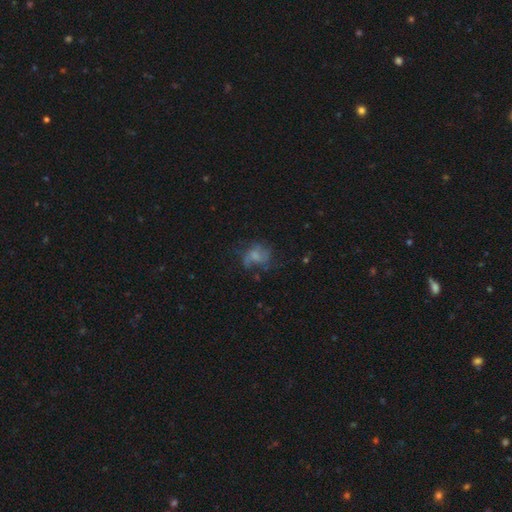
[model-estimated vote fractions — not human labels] Smooth or featured? Predicted: featured or disk (p=0.48). Merging? Predicted: none (p=0.45).